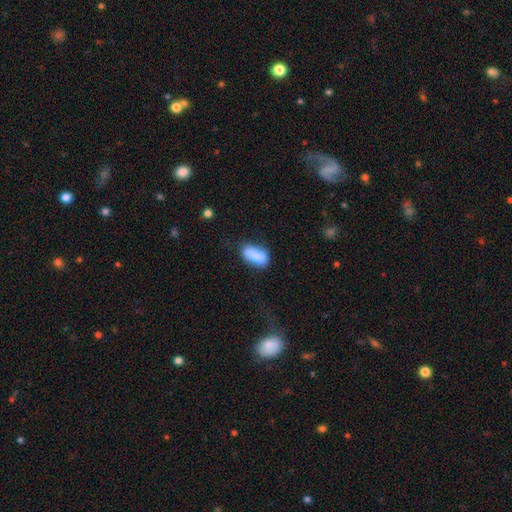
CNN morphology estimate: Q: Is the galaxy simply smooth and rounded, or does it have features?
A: smooth — 73%.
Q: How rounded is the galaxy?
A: in between — 79%.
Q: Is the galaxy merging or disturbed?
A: none — 54%.